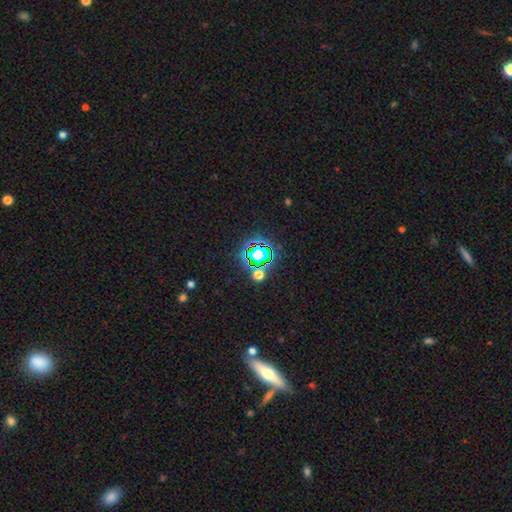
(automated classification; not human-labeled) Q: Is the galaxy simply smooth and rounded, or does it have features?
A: star or artifact — 65%.